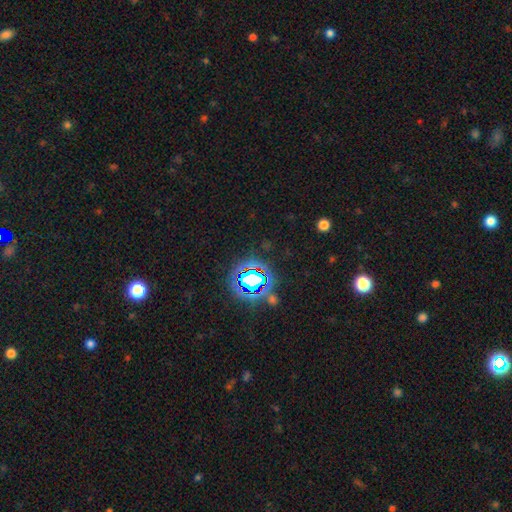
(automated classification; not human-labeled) smooth_or_featured: star or artifact (p=0.83) [alt: smooth p=0.11]